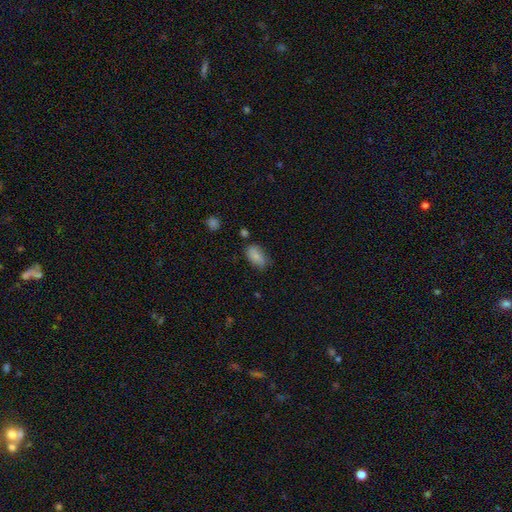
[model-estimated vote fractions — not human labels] This appears to be a smooth galaxy with no disk features (80%) that is in between round and cigar-shaped (91%). Merging: none (61%).